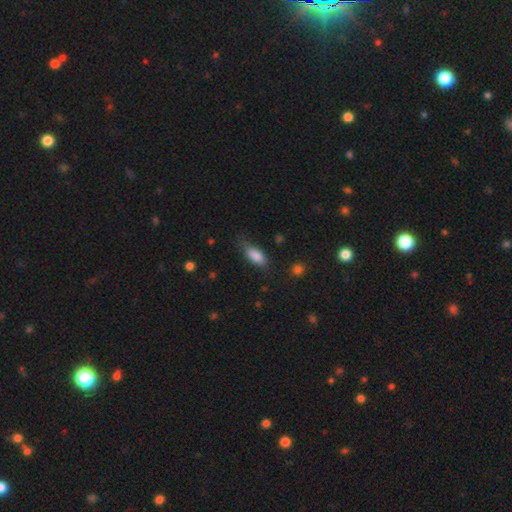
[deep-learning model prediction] Smooth or featured? smooth (84%)
How rounded? in between (81%)
Merging? none (57%)